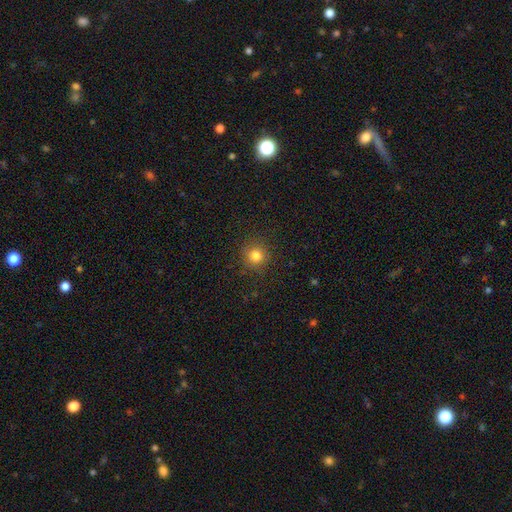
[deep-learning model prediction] This is clearly a smooth galaxy (81%). How rounded: clearly round (93%). Merging: clearly none (89%).